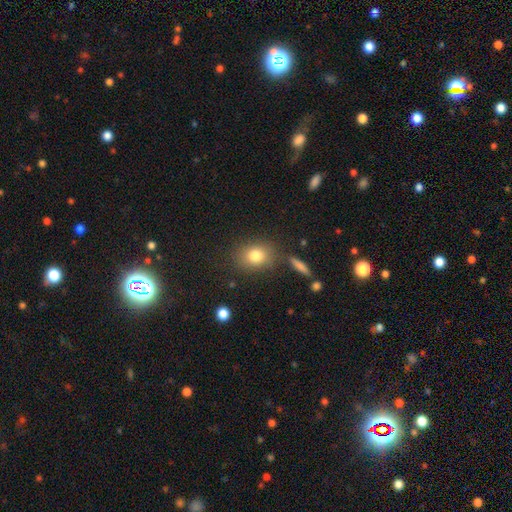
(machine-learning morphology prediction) Overall: smooth (80%). How rounded: in between (51%; round 47%). Merging: none (78%).